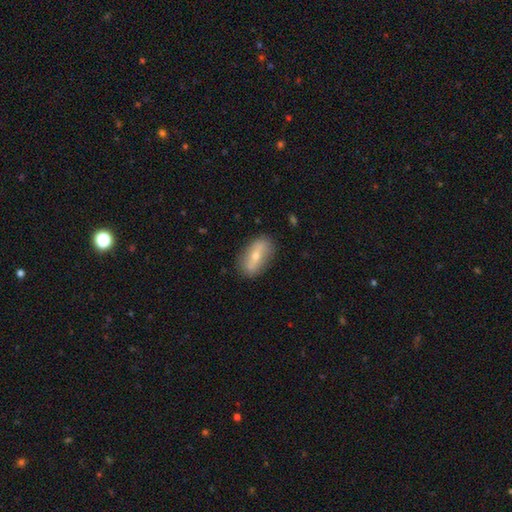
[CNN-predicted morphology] smooth 52%, featured or disk 41%, star or artifact 7%. Down the decision tree: how rounded — in between (83%); merging — none (83%).